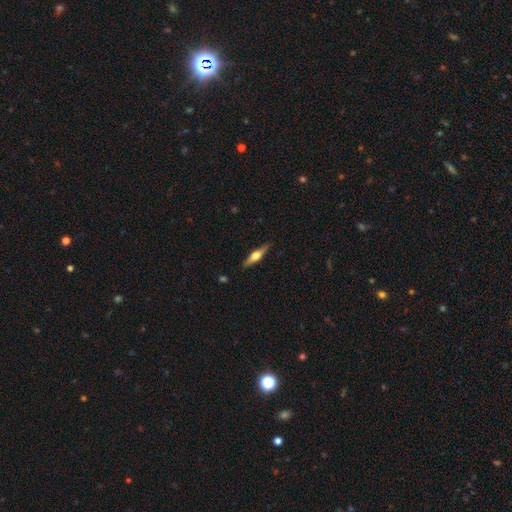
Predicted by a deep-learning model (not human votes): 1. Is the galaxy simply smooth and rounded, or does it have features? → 61% featured or disk, 33% smooth, 6% star or artifact.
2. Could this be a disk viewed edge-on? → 96% yes, 4% no.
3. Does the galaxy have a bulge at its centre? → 93% rounded, 5% boxy, 2% none.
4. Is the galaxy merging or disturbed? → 88% none, 9% minor disturbance, 2% major disturbance, 1% merger.